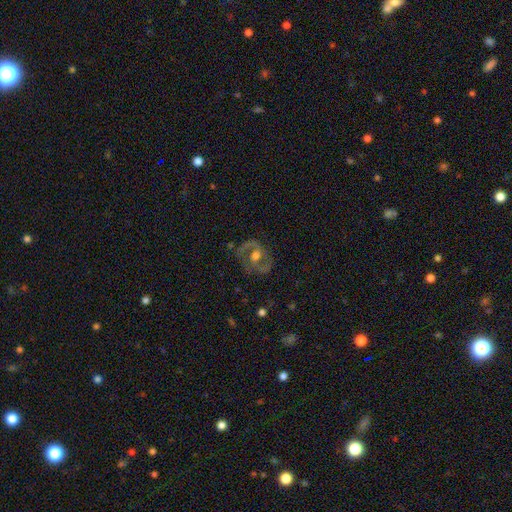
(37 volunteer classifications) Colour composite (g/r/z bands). It shows a featured or disk galaxy (76%) with no bar (67%), 2 (86%) medium (81%) spiral arms (78%) and a moderate central bulge (89%). Merging: none (72%).